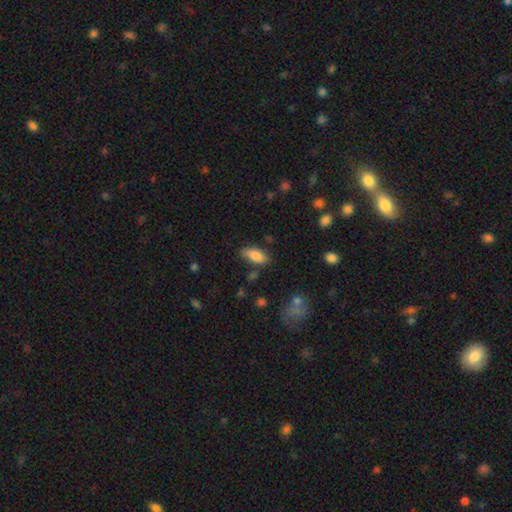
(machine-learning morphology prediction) smooth-or-featured: smooth: 81% | featured or disk: 12% | star or artifact: 7%
  how-rounded: in between: 84% | cigar-shaped: 14% | round: 3%
  merging: none: 74% | minor disturbance: 18% | major disturbance: 4% | merger: 4%